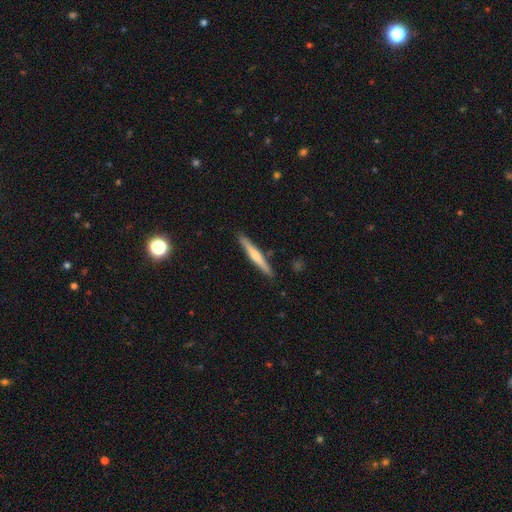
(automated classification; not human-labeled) Morphology: type=smooth (50%); merging=none (89%).